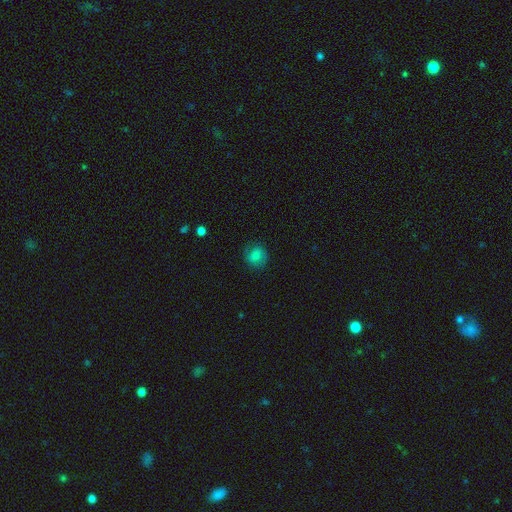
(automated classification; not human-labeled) Smooth or featured?
  - smooth: 67% *
  - featured or disk: 21%
  - star or artifact: 12%
How rounded?
  - round: 79% *
  - in between: 20%
  - cigar-shaped: 1%
Merging?
  - none: 78% *
  - minor disturbance: 15%
  - major disturbance: 5%
  - merger: 1%